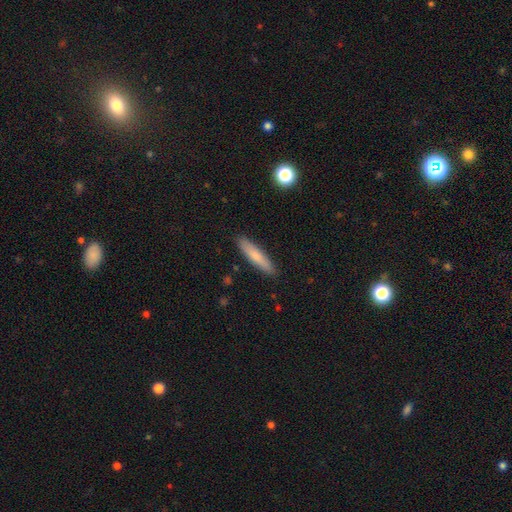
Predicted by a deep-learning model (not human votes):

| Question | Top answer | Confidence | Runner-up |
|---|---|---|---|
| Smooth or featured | smooth | 74% | featured or disk (20%) |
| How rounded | cigar-shaped | 83% | in between (15%) |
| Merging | none | 89% | minor disturbance (8%) |